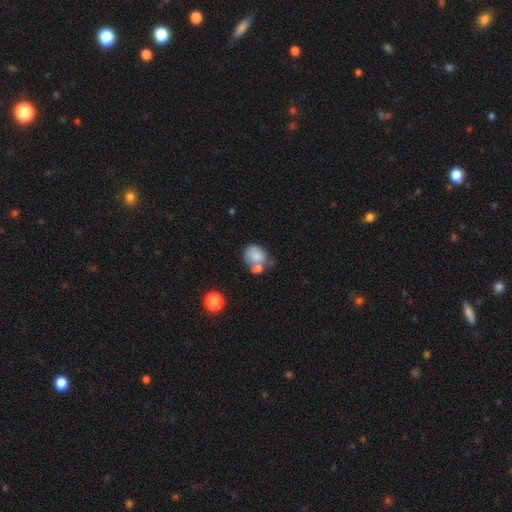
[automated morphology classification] Smooth or featured? Predicted: smooth (p=0.75). How rounded? Predicted: round (p=0.51). Merging? Predicted: merger (p=0.39).